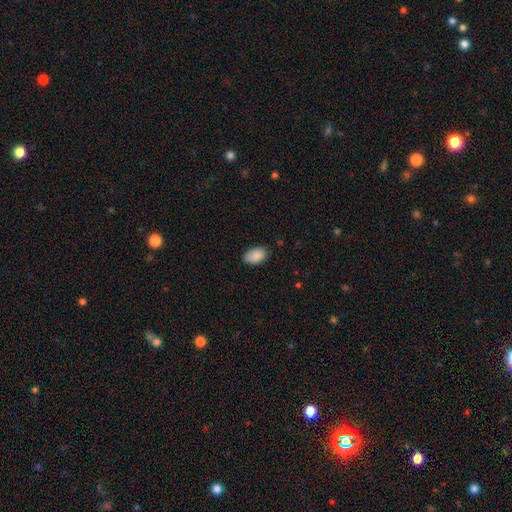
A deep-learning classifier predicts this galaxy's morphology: smooth-or-featured: smooth: 87% | star or artifact: 7% | featured or disk: 6%
  how-rounded: in between: 92% | round: 7% | cigar-shaped: 1%
  merging: none: 78% | minor disturbance: 18% | major disturbance: 3% | merger: 1%